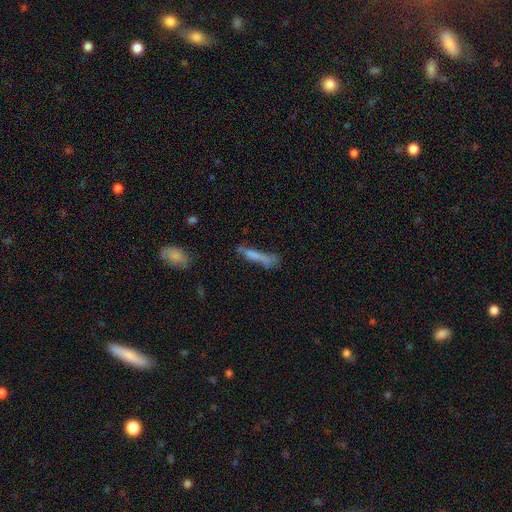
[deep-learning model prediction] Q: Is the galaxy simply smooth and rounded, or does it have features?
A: smooth — 64%.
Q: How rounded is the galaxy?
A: cigar-shaped — 87%.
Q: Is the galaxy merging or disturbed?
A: none — 47%.